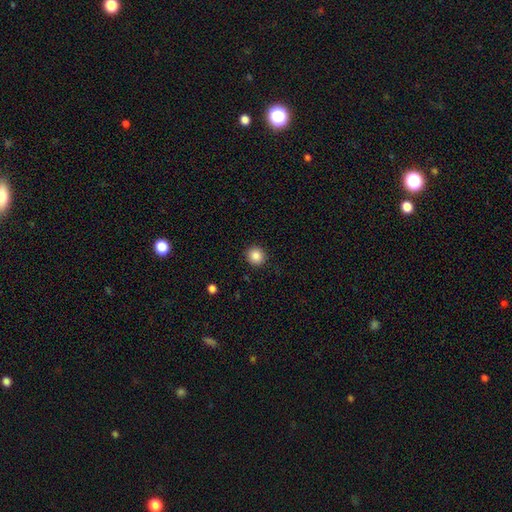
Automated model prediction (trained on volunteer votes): A smooth galaxy with no disk features (86%) that is round (92%). Merging: none (91%).